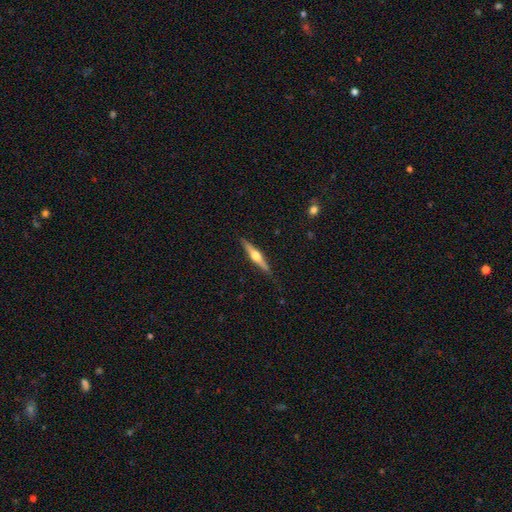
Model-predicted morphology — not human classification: Q: Smooth or featured?
A: featured or disk (70%); runner-up: smooth (25%)
Q: Edge-on disk?
A: yes (98%); runner-up: no (2%)
Q: Edge-on bulge?
A: rounded (94%); runner-up: boxy (4%)
Q: Merging?
A: none (89%); runner-up: minor disturbance (9%)